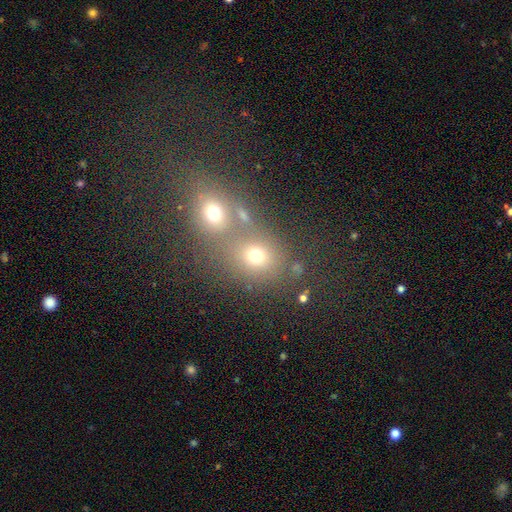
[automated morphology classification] smooth_or_featured: smooth (p=0.69) [alt: star or artifact p=0.18]
how_rounded: round (p=0.68) [alt: in between p=0.31]
merging: merger (p=0.48) [alt: none p=0.40]